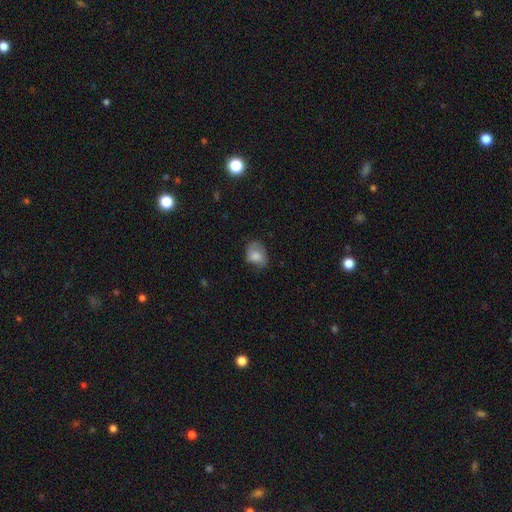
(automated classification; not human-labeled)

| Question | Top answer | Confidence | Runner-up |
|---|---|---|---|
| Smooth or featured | smooth | 74% | featured or disk (17%) |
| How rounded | in between | 66% | round (33%) |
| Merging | none | 53% | minor disturbance (33%) |